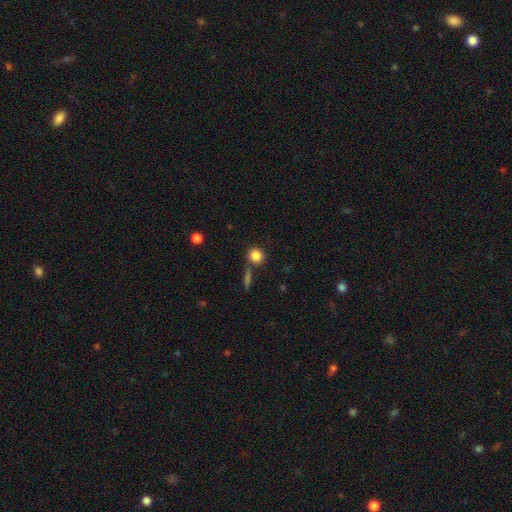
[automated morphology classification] Smooth or featured? smooth (85%)
How rounded? round (86%)
Merging? none (73%)